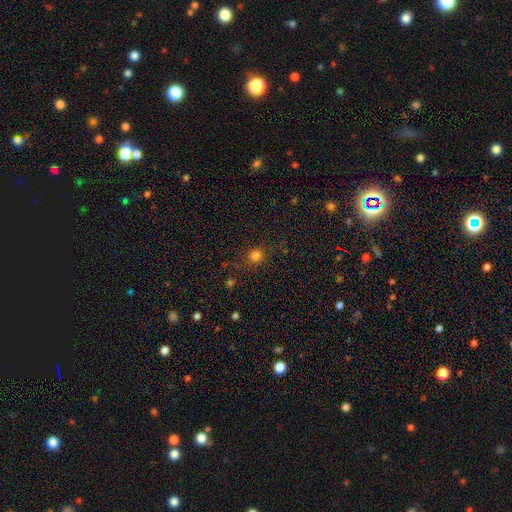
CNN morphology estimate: Smooth or featured?
  - smooth: 78% *
  - star or artifact: 17%
  - featured or disk: 5%
How rounded?
  - round: 89% *
  - in between: 9%
  - cigar-shaped: 1%
Merging?
  - none: 83% *
  - minor disturbance: 10%
  - major disturbance: 5%
  - merger: 2%